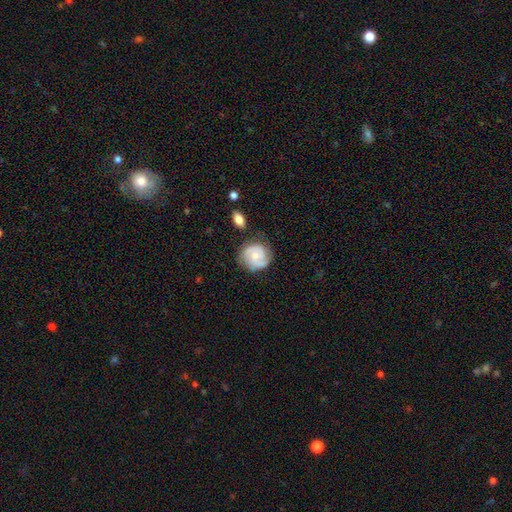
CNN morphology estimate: A featured or disk galaxy (63%) with no bar (72%), 2 (60%) tight (54%) spiral arms (90%) and a small central bulge (51%). Merging: none (72%).